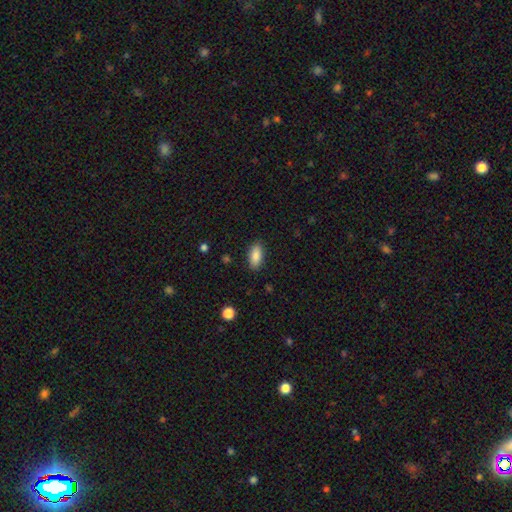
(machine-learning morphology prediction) A smooth galaxy with no disk features (86%) that is in between round and cigar-shaped (88%). Merging: none (87%).